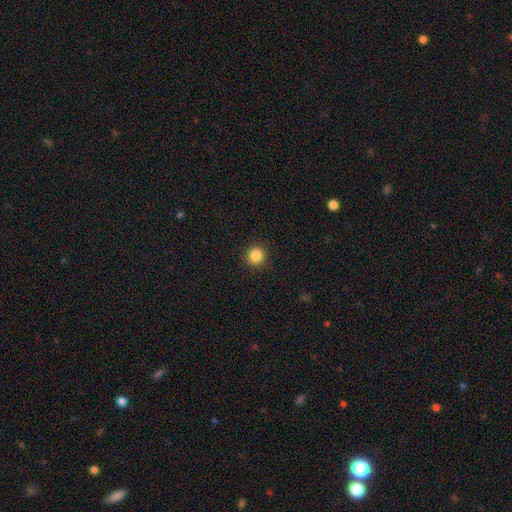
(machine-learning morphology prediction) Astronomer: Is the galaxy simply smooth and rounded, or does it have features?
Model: smooth — 85%.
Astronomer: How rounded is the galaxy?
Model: round — 92%.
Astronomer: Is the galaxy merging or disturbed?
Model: none — 92%.